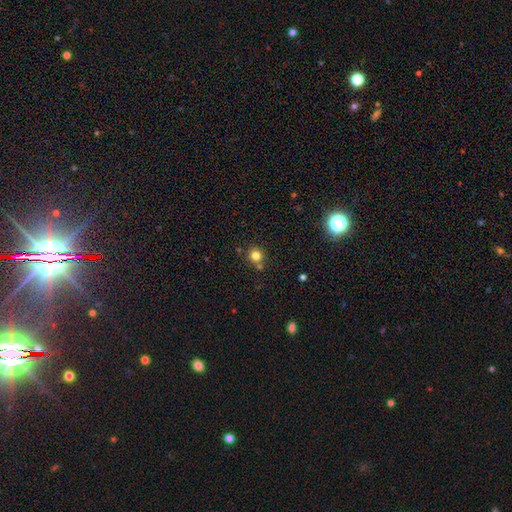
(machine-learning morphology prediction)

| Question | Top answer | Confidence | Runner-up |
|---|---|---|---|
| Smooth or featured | smooth | 78% | star or artifact (15%) |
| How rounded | round | 91% | in between (8%) |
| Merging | none | 75% | merger (14%) |